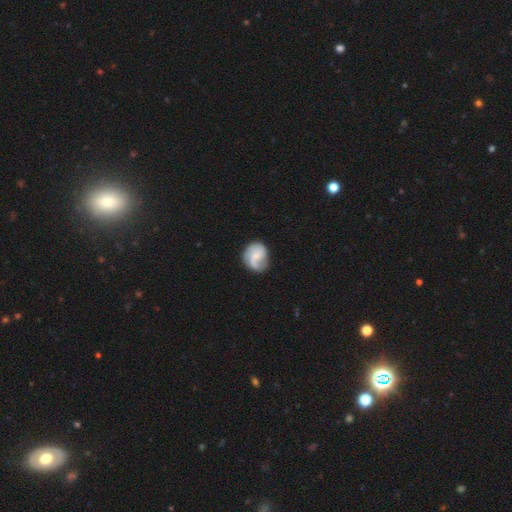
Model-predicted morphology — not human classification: This appears to be a featured or disk galaxy (60%) with no bar (60%), 2 (55%) medium (41%) spiral arms (90%) and a small central bulge (53%). Merging: none (63%).